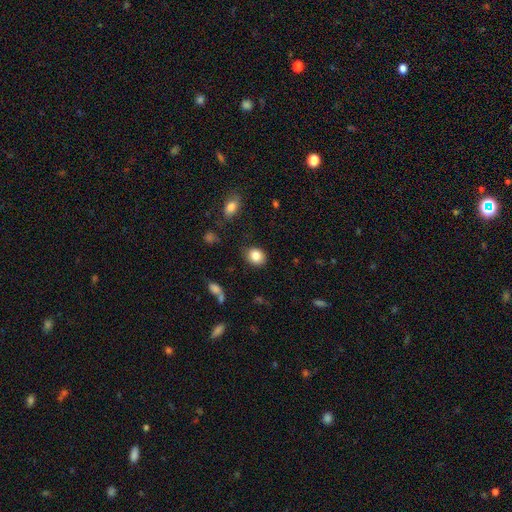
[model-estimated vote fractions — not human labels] A smooth galaxy with no disk features (85%) that is round (60%).

Vote fractions:
- Smooth or featured? smooth: 85% / star or artifact: 9% / featured or disk: 6%
- How rounded? round: 60% / in between: 39% / cigar-shaped: 1%
- Merging? none: 86% / minor disturbance: 9% / major disturbance: 3% / merger: 2%